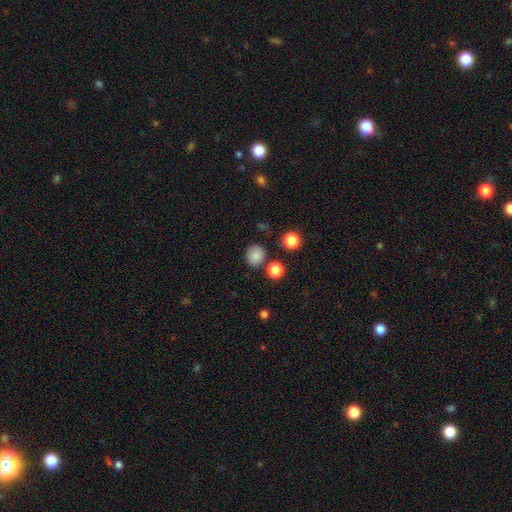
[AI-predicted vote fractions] Smooth or featured? Predicted: smooth (p=0.84). How rounded? Predicted: round (p=0.83). Merging? Predicted: none (p=0.80).